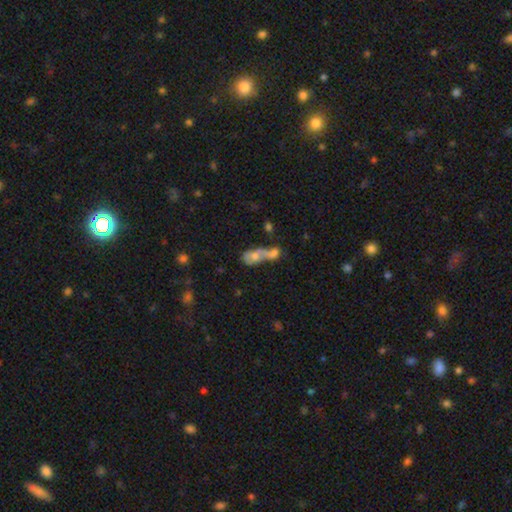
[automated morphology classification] smooth_or_featured: smooth (p=0.58) [alt: featured or disk p=0.31]
how_rounded: in between (p=0.74) [alt: round p=0.16]
merging: merger (p=0.67) [alt: none p=0.13]